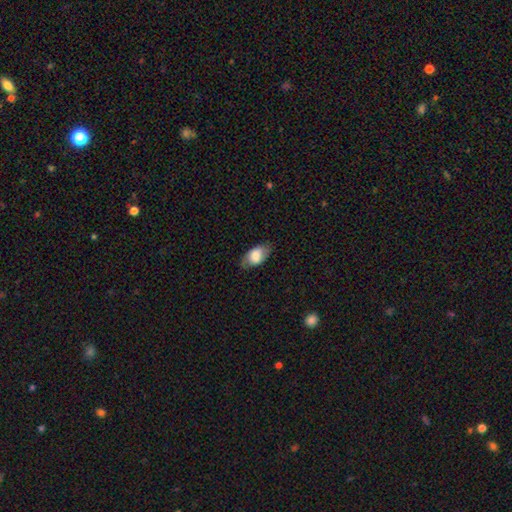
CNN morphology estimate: The model was most divided on "smooth or featured": smooth: 74%, featured or disk: 19%, star or artifact: 7%. More confident: how rounded — in between (91%); merging — none (77%).